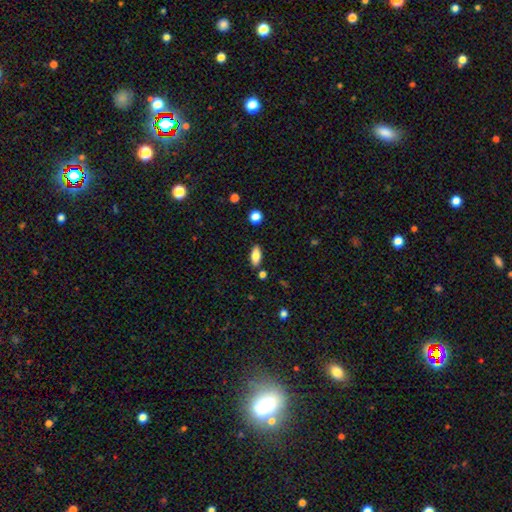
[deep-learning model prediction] Smooth or featured? Predicted: smooth (p=0.78). How rounded? Predicted: in between (p=0.82). Merging? Predicted: none (p=0.84).